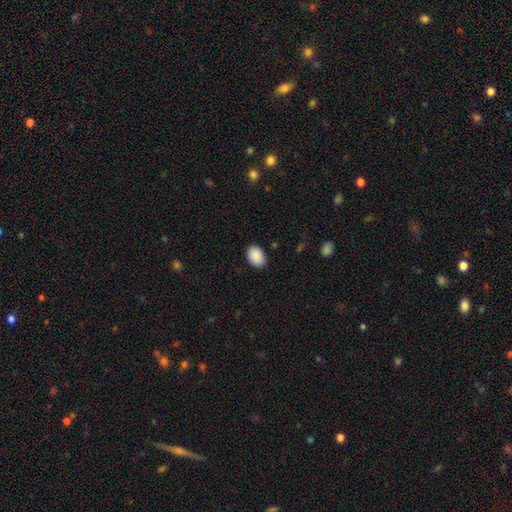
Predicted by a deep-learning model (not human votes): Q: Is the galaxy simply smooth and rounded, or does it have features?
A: smooth — 90%.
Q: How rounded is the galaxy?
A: in between — 83%.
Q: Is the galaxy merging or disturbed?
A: none — 88%.